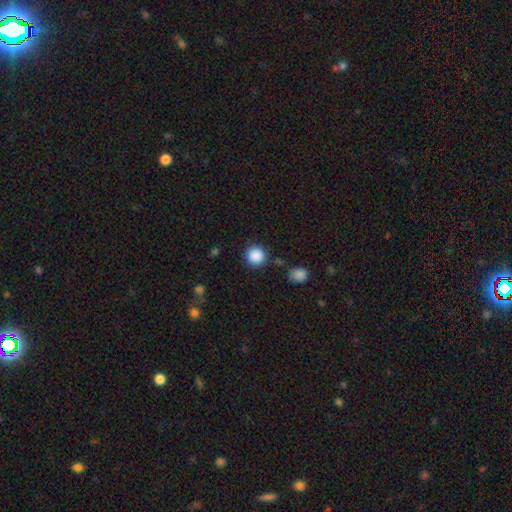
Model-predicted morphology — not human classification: A smooth galaxy with no disk features (87%) that is round (93%).

Vote fractions:
- Smooth or featured? smooth: 87% / star or artifact: 9% / featured or disk: 3%
- How rounded? round: 93% / in between: 6% / cigar-shaped: 1%
- Merging? none: 84% / minor disturbance: 9% / merger: 3% / major disturbance: 3%